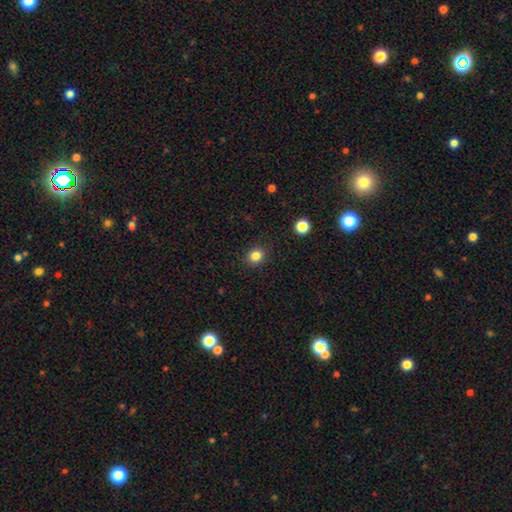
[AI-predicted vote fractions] This is clearly a smooth galaxy (83%). How rounded: likely round (78%). Merging: clearly none (90%).